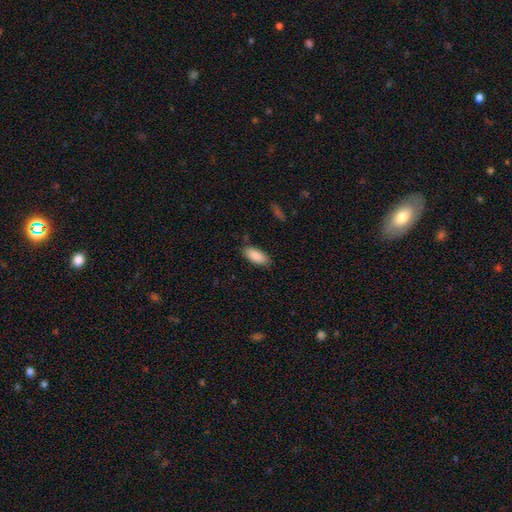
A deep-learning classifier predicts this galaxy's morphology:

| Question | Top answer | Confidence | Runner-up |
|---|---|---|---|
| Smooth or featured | smooth | 88% | star or artifact (6%) |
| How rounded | in between | 88% | cigar-shaped (10%) |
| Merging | none | 83% | minor disturbance (13%) |